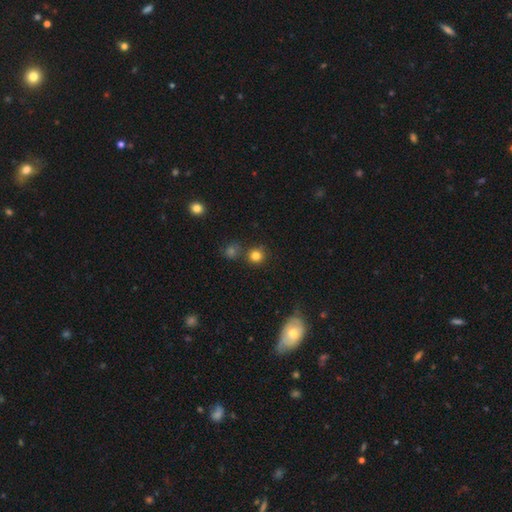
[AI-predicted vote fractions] Smooth or featured? smooth (79%)
How rounded? round (91%)
Merging? none (77%)